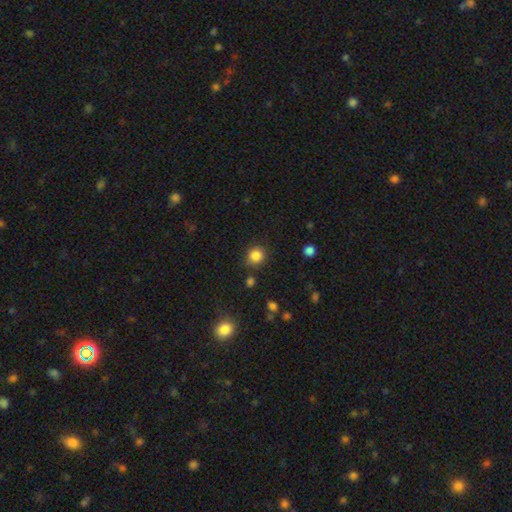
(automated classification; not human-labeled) This is clearly a smooth galaxy (85%). How rounded: clearly round (89%). Merging: clearly none (83%).